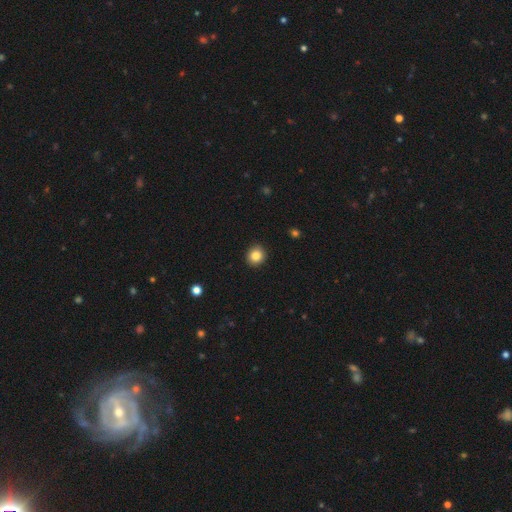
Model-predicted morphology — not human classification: Smooth or featured?
  - smooth: 85% *
  - star or artifact: 10%
  - featured or disk: 5%
How rounded?
  - round: 85% *
  - in between: 14%
  - cigar-shaped: 1%
Merging?
  - none: 92% *
  - minor disturbance: 6%
  - major disturbance: 2%
  - merger: 1%